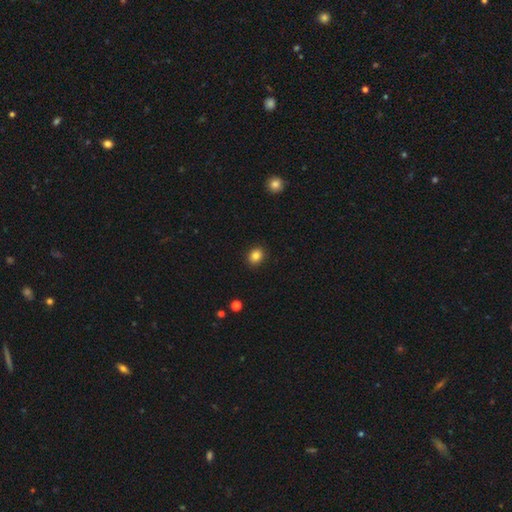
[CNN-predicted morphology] Smooth or featured? Predicted: smooth (p=0.85). How rounded? Predicted: round (p=0.54). Merging? Predicted: none (p=0.90).